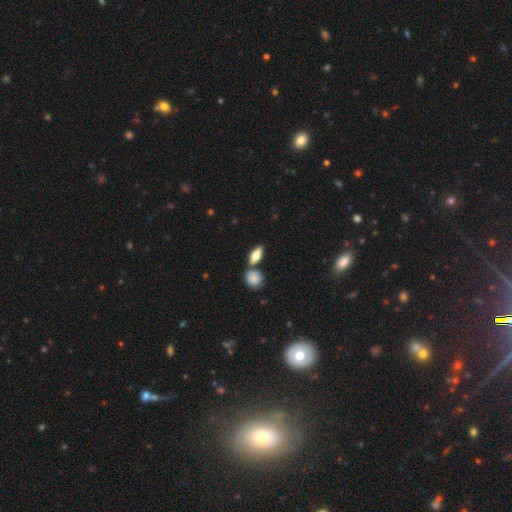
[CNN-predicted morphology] The model was most divided on "merging": none: 65%, merger: 20%, minor disturbance: 12%, major disturbance: 3%. More confident: smooth or featured — smooth (76%); how rounded — in between (76%).